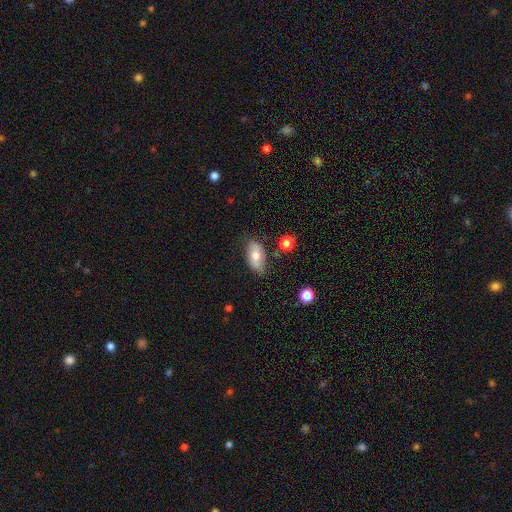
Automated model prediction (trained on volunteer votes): This is likely a smooth galaxy (69%). How rounded: clearly in between (92%). Merging: likely none (75%).